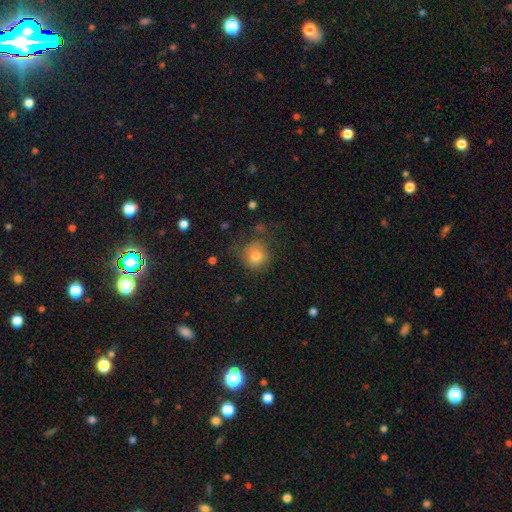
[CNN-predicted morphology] Smooth or featured?
  - smooth: 80% *
  - star or artifact: 11%
  - featured or disk: 10%
How rounded?
  - round: 86% *
  - in between: 13%
  - cigar-shaped: 1%
Merging?
  - none: 62% *
  - minor disturbance: 23%
  - major disturbance: 11%
  - merger: 3%